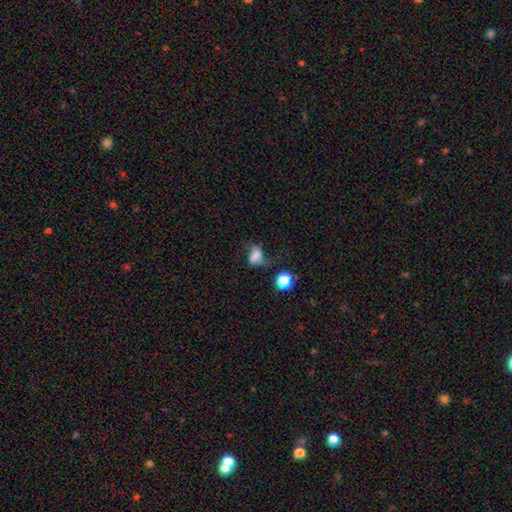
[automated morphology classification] A smooth galaxy with no disk features (60%) that is in between round and cigar-shaped (68%). Merging: major disturbance (33%).